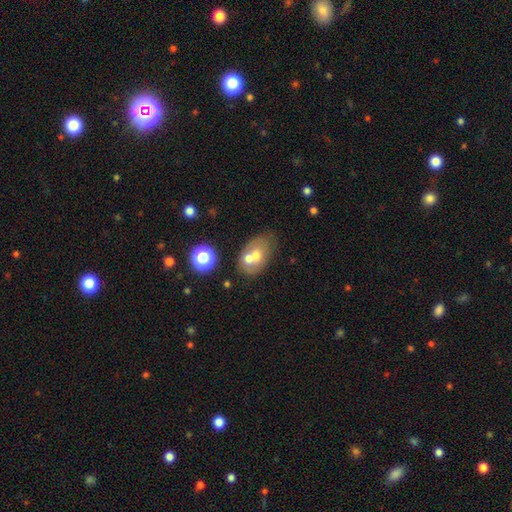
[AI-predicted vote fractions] smooth_or_featured: smooth (p=0.58) [alt: featured or disk p=0.32]
how_rounded: in between (p=0.77) [alt: round p=0.22]
merging: merger (p=0.47) [alt: none p=0.34]